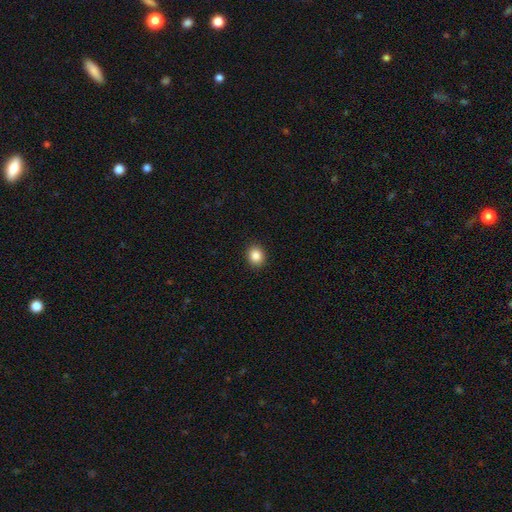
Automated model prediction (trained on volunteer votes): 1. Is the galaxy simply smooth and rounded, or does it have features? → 86% smooth, 10% star or artifact, 4% featured or disk.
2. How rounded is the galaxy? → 69% round, 30% in between, 1% cigar-shaped.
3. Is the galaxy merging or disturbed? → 91% none, 6% minor disturbance, 2% major disturbance, 1% merger.